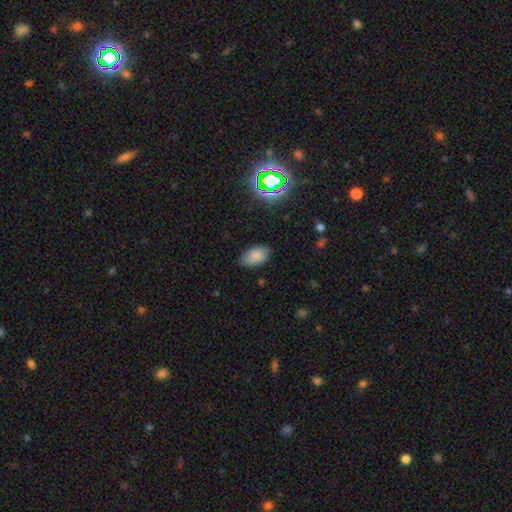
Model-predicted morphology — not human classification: This appears to be a smooth galaxy with no disk features (82%) that is in between round and cigar-shaped (93%). Merging: none (79%).